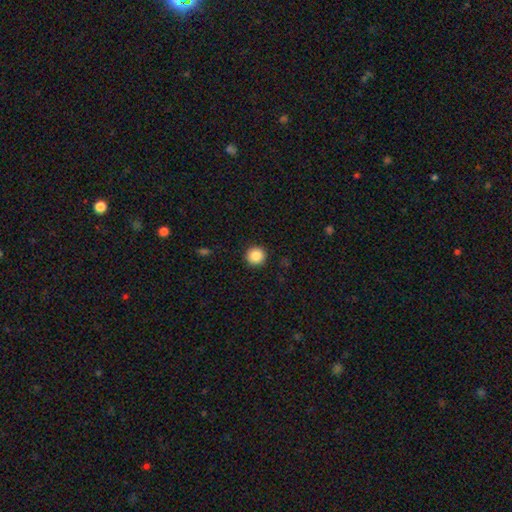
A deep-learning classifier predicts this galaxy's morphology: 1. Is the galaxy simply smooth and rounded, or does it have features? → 87% smooth, 9% star or artifact, 3% featured or disk.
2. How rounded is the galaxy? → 95% round, 4% in between, 1% cigar-shaped.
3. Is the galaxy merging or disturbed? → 93% none, 5% minor disturbance, 2% major disturbance, 1% merger.